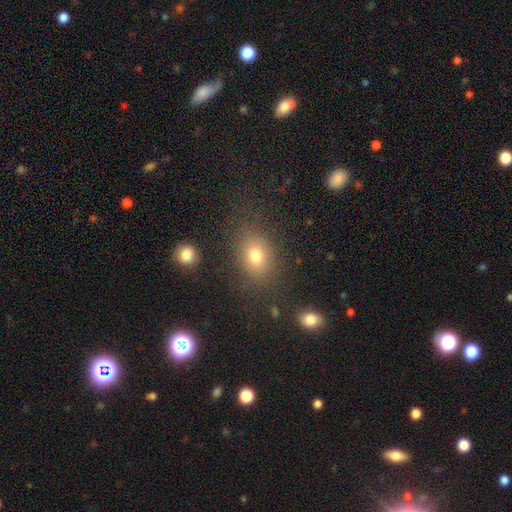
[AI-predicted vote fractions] A smooth galaxy with no disk features (76%) that is in between round and cigar-shaped (65%). Merging: none (78%).